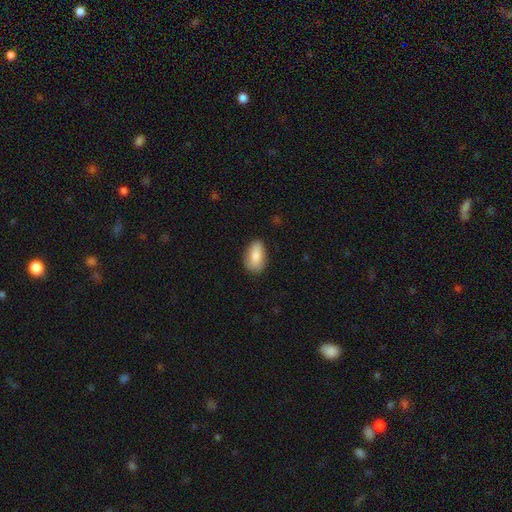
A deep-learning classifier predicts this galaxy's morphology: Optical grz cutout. It shows a smooth galaxy with no disk features (82%) that is in between round and cigar-shaped (90%). Merging: none (79%).